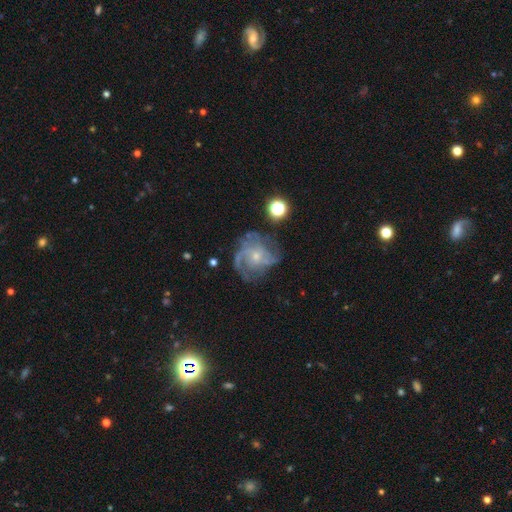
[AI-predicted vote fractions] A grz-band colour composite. It shows a featured or disk galaxy (83%) with no bar (73%), 3 (30%) medium (45%) spiral arms (93%) and a small central bulge (69%). Merging: none (59%).